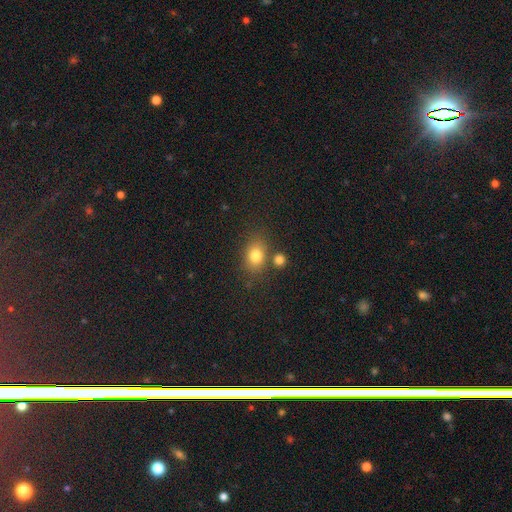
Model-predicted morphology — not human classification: smooth 79%, star or artifact 12%, featured or disk 9%. Down the decision tree: how rounded — in between (61%); merging — none (71%).